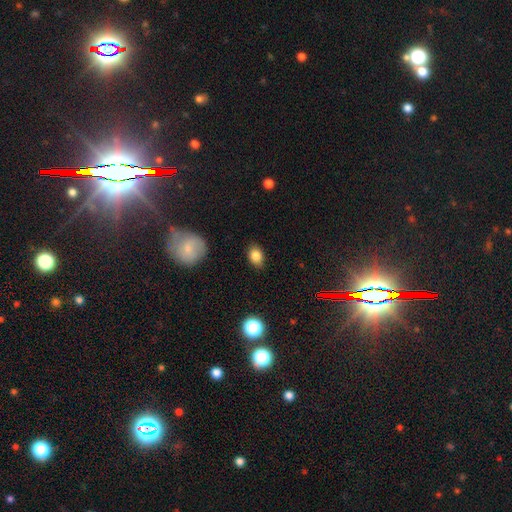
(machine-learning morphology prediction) The model was most divided on "how rounded": in between: 73%, round: 25%, cigar-shaped: 1%. More confident: merging — none (85%); smooth or featured — smooth (84%).